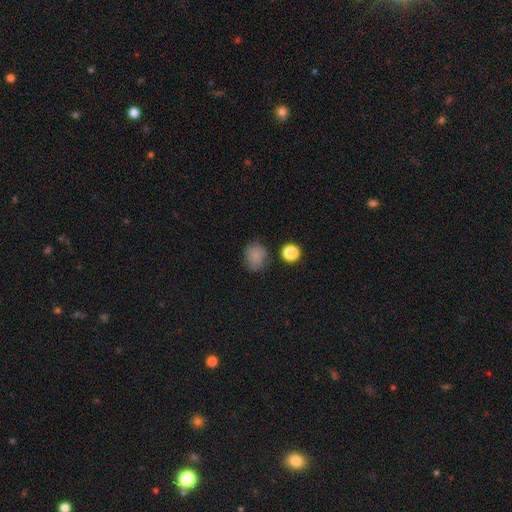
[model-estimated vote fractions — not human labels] Morphology: type=smooth (81%); roundness=round (65%); merging=none (70%).